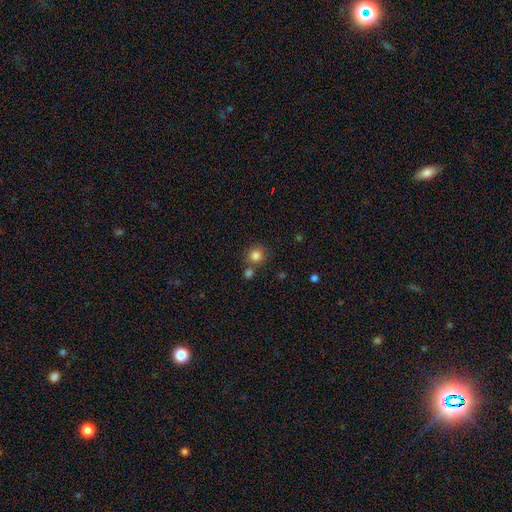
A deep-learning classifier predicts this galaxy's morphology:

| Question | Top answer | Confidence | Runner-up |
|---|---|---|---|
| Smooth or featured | smooth | 83% | star or artifact (11%) |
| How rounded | round | 89% | in between (10%) |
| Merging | none | 68% | merger (19%) |